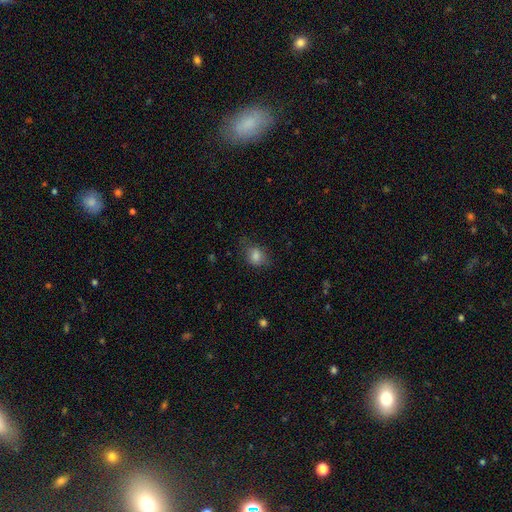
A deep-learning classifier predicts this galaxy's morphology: Smooth or featured? smooth (79%)
How rounded? in between (61%)
Merging? none (64%)